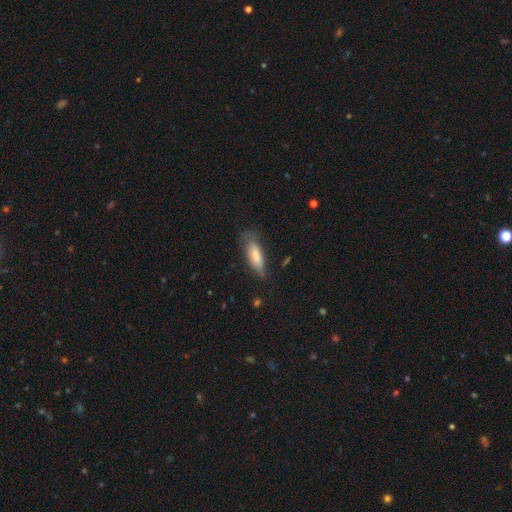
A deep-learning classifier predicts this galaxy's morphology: smooth-or-featured: smooth: 77% | featured or disk: 16% | star or artifact: 6%
  how-rounded: in between: 52% | cigar-shaped: 47% | round: 2%
  merging: none: 68% | minor disturbance: 23% | major disturbance: 7% | merger: 2%